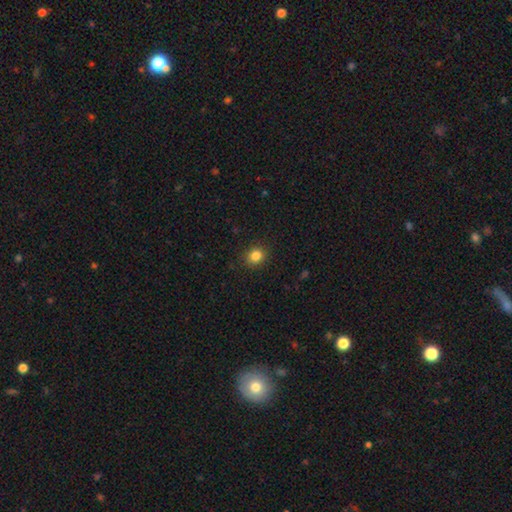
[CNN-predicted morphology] The model was most divided on "how rounded": round: 73%, in between: 26%, cigar-shaped: 1%. More confident: merging — none (89%); smooth or featured — smooth (84%).